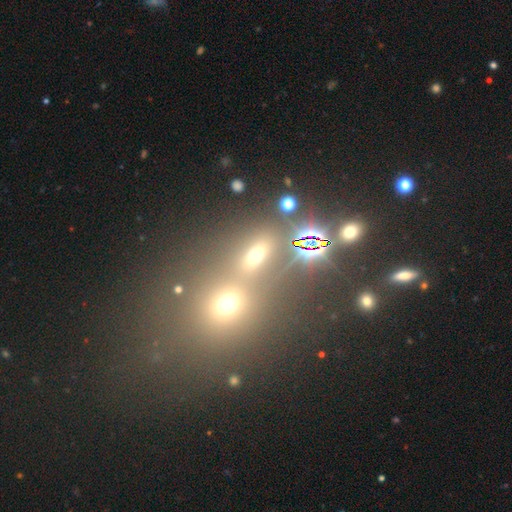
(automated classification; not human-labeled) This appears to be a smooth galaxy with no disk features (49%). Merging: merger (46%).